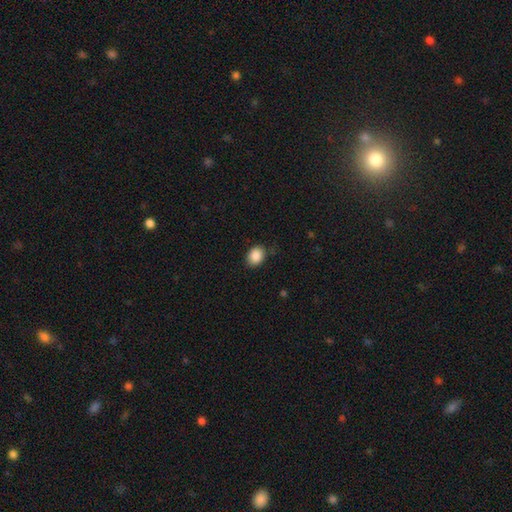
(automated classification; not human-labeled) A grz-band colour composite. It shows a smooth galaxy with no disk features (89%) that is in between round and cigar-shaped (57%). Merging: none (82%).